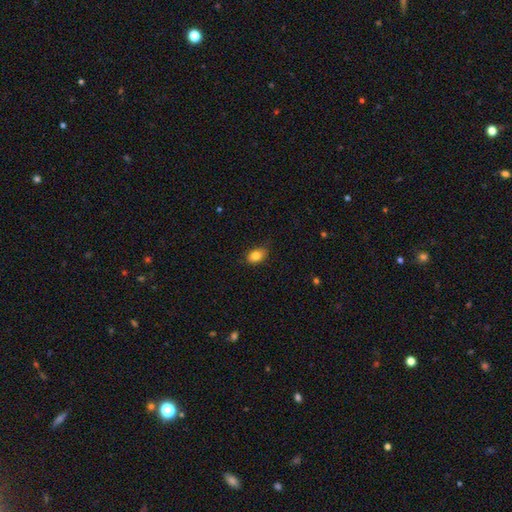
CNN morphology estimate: Smooth or featured?
  - smooth: 84% *
  - star or artifact: 9%
  - featured or disk: 7%
How rounded?
  - in between: 80% *
  - round: 18%
  - cigar-shaped: 2%
Merging?
  - none: 76% *
  - minor disturbance: 19%
  - major disturbance: 3%
  - merger: 1%